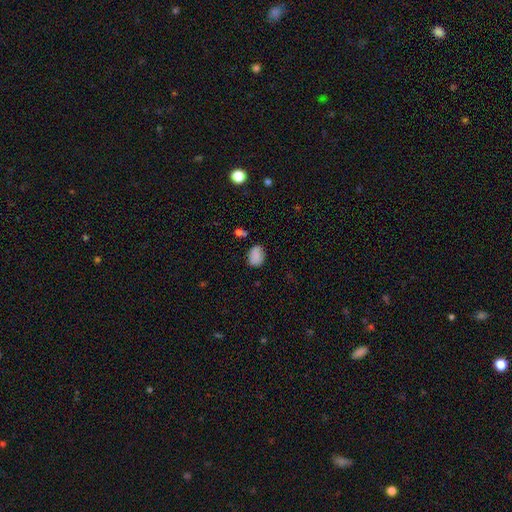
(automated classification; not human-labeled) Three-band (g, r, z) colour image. It shows a smooth galaxy with no disk features (85%) that is in between round and cigar-shaped (75%). Merging: none (72%).